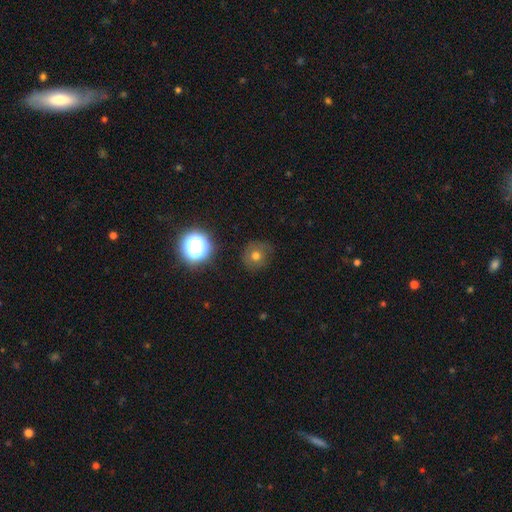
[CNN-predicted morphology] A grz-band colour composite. It shows a smooth galaxy with no disk features (67%) that is round (89%). Merging: none (78%).